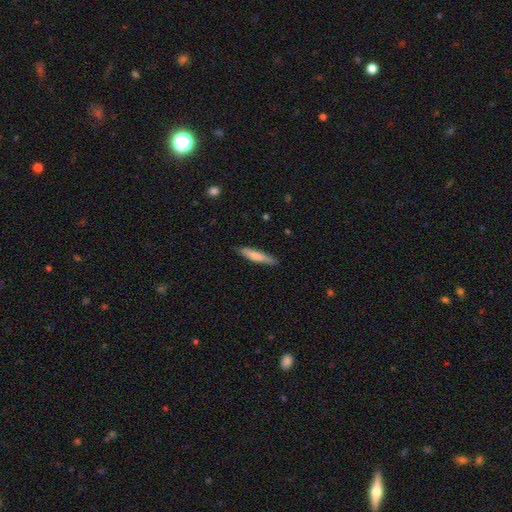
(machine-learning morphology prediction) This appears to be a smooth galaxy with no disk features (72%) that is cigar-shaped (86%). Merging: none (83%).